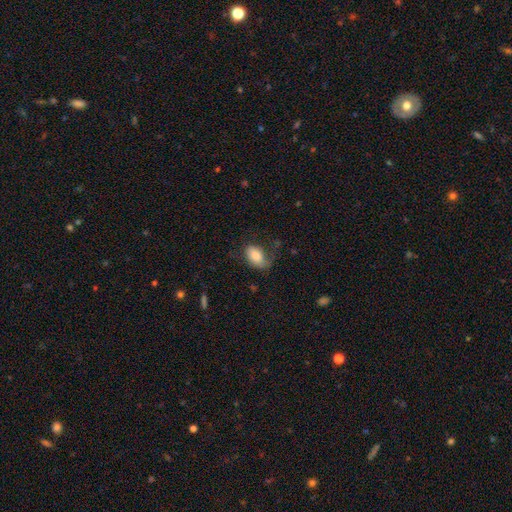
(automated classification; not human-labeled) This appears to be a smooth galaxy with no disk features (78%) that is in between round and cigar-shaped (92%). Merging: none (43%).